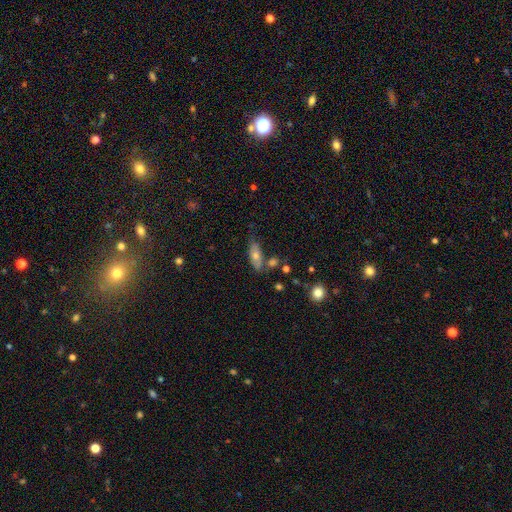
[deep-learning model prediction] Morphology: type=smooth (57%); roundness=in between (68%); merging=none (57%).